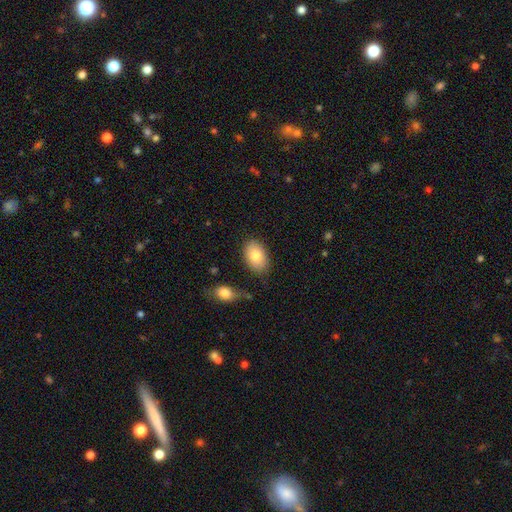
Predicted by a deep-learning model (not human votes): A smooth galaxy with no disk features (82%) that is in between round and cigar-shaped (89%).

Vote fractions:
- Smooth or featured? smooth: 82% / featured or disk: 11% / star or artifact: 7%
- How rounded? in between: 89% / round: 10% / cigar-shaped: 1%
- Merging? none: 81% / minor disturbance: 13% / merger: 3% / major disturbance: 3%